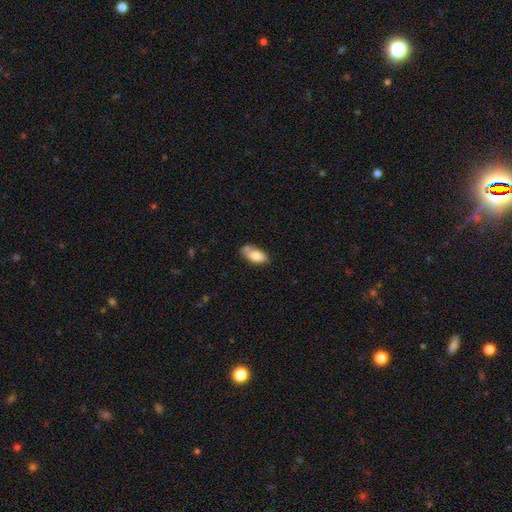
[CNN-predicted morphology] A smooth galaxy with no disk features (78%) that is in between round and cigar-shaped (89%).

Vote fractions:
- Smooth or featured? smooth: 78% / featured or disk: 14% / star or artifact: 7%
- How rounded? in between: 89% / cigar-shaped: 8% / round: 3%
- Merging? none: 53% / minor disturbance: 27% / merger: 14% / major disturbance: 7%